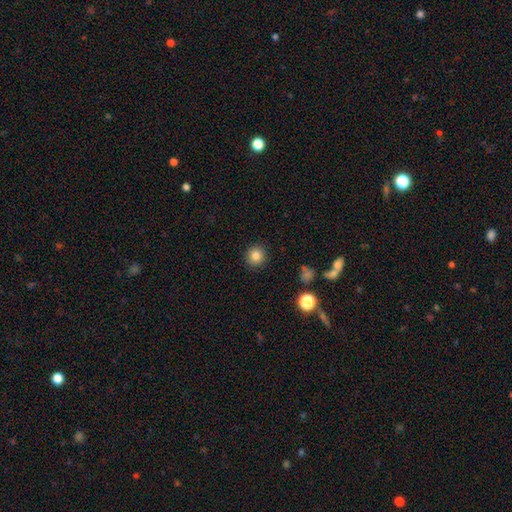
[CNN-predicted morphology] smooth_or_featured: smooth (p=0.82) [alt: star or artifact p=0.11]
how_rounded: round (p=0.93) [alt: in between p=0.06]
merging: none (p=0.91) [alt: minor disturbance p=0.06]